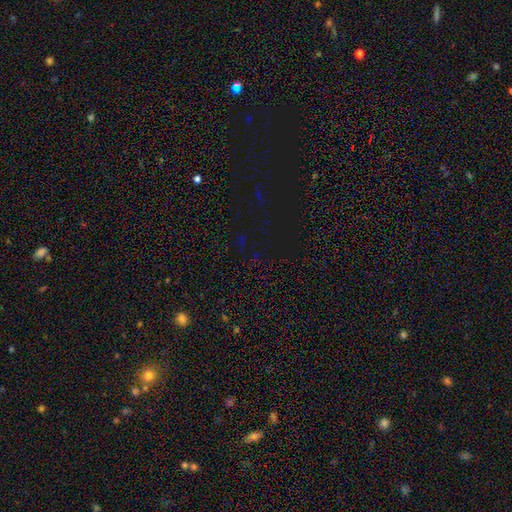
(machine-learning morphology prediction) smooth-or-featured: star or artifact: 77% | smooth: 16% | featured or disk: 7%